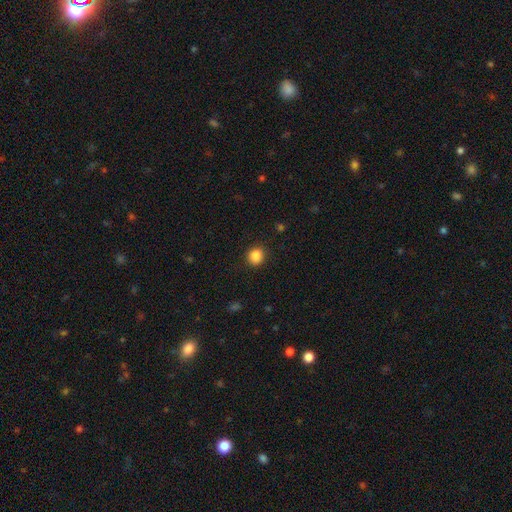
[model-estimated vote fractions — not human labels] Smooth or featured: smooth — 87% (star or artifact — 10%)
How rounded: round — 77% (in between — 22%)
Merging: none — 88% (minor disturbance — 9%)